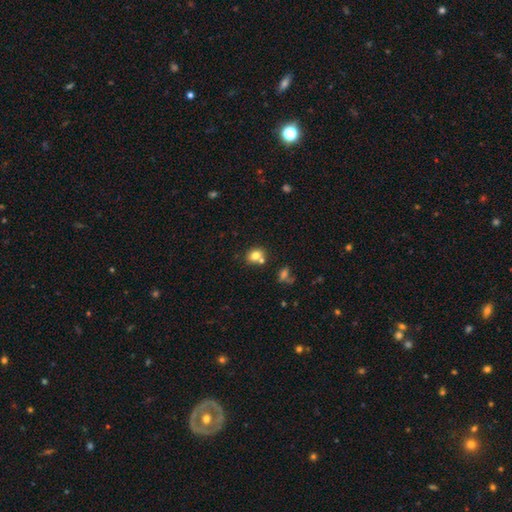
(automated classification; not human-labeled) The model was most divided on "how rounded": round: 57%, in between: 42%, cigar-shaped: 1%. More confident: smooth or featured — smooth (77%); merging — none (60%).